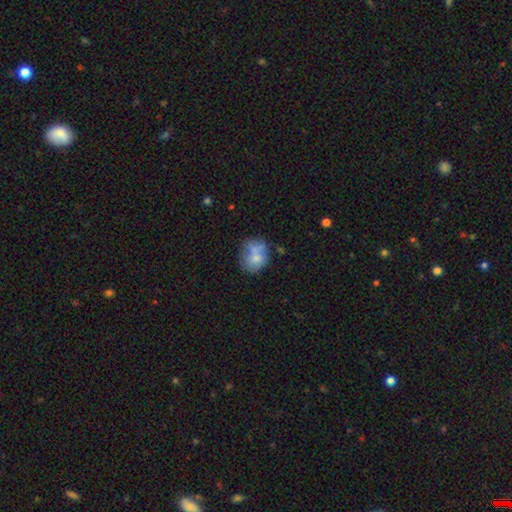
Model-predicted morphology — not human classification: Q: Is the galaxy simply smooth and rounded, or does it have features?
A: smooth — 60%.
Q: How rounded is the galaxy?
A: round — 56%.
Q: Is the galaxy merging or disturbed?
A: none — 41%.